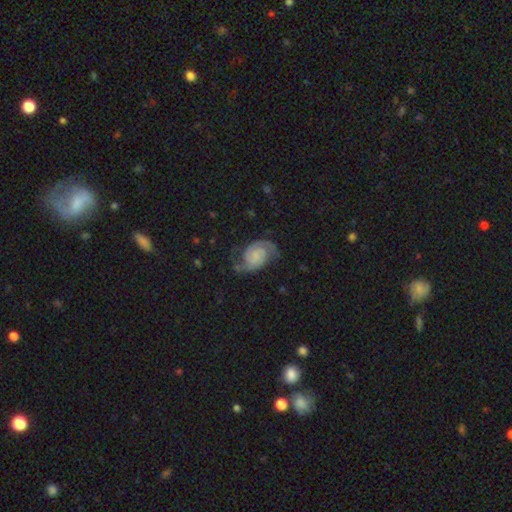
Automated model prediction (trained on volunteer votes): This is clearly a featured or disk galaxy (85%). It is clearly not viewed edge-on (98%). Bar: likely no (62%). Spiral arm pattern: clearly yes (98%). Spiral arm count: clearly 2 (92%). Spiral winding: possibly medium (46%). Central bulge: marginally none (43%). Merging: likely none (70%).